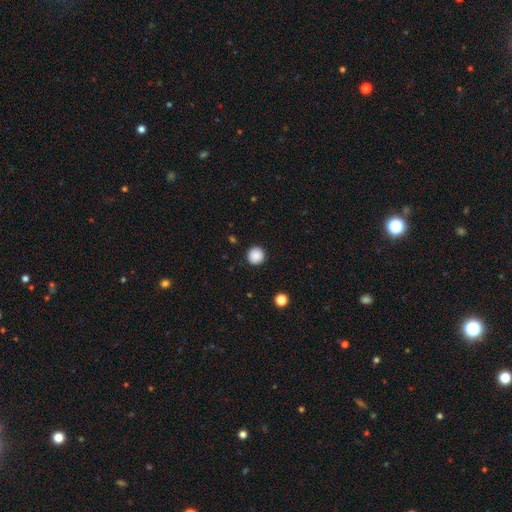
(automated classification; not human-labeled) Morphology: type=smooth (88%); roundness=round (95%); merging=none (92%).